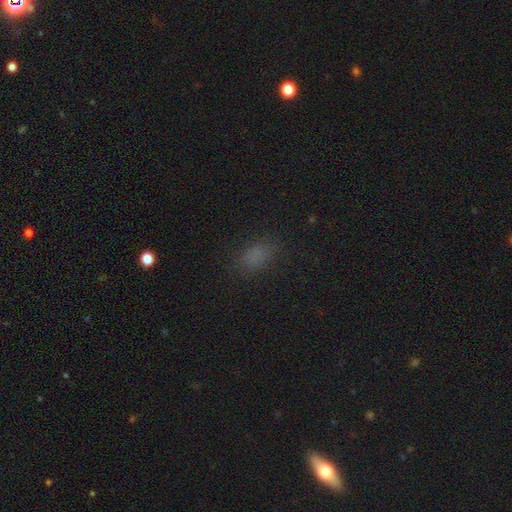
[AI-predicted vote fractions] Smooth or featured: smooth — 77% (star or artifact — 18%)
How rounded: in between — 83% (round — 13%)
Merging: none — 79% (minor disturbance — 14%)